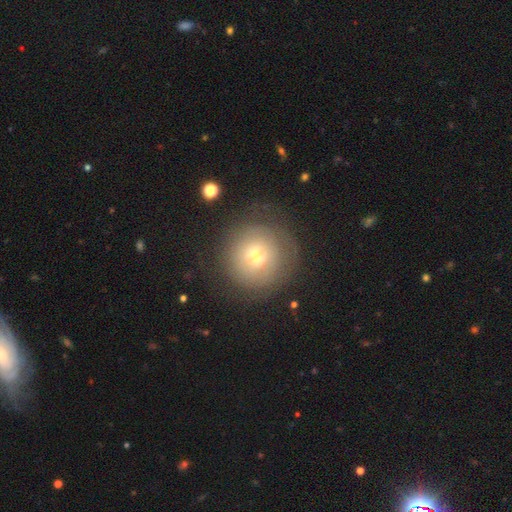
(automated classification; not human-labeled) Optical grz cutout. It shows a smooth galaxy with no disk features (57%) that is round (94%). Merging: none (76%).